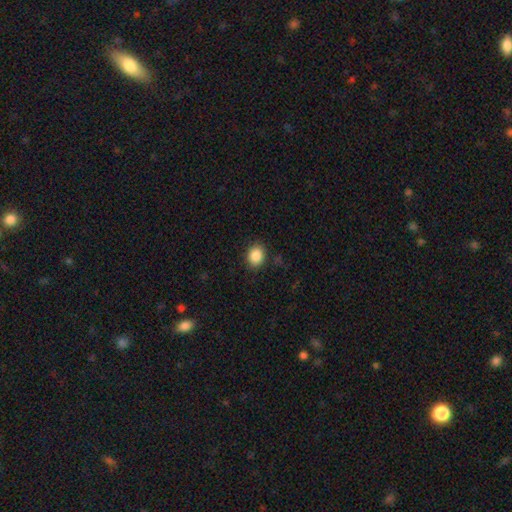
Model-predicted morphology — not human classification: Smooth or featured?
  - smooth: 87% *
  - star or artifact: 9%
  - featured or disk: 4%
How rounded?
  - round: 52% *
  - in between: 47%
  - cigar-shaped: 1%
Merging?
  - none: 87% *
  - minor disturbance: 9%
  - major disturbance: 3%
  - merger: 1%